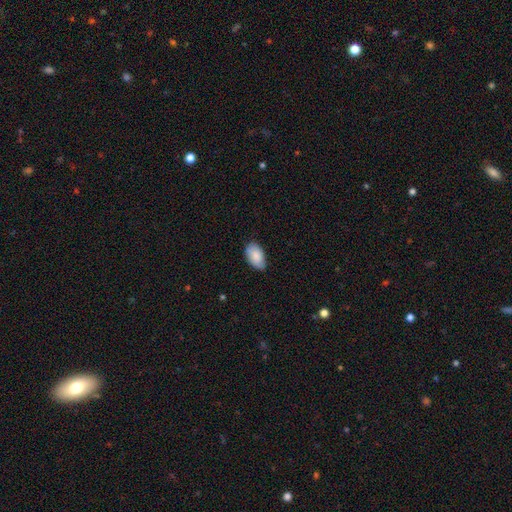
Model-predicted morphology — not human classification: Smooth or featured? Predicted: smooth (p=0.84). How rounded? Predicted: in between (p=0.94). Merging? Predicted: none (p=0.72).